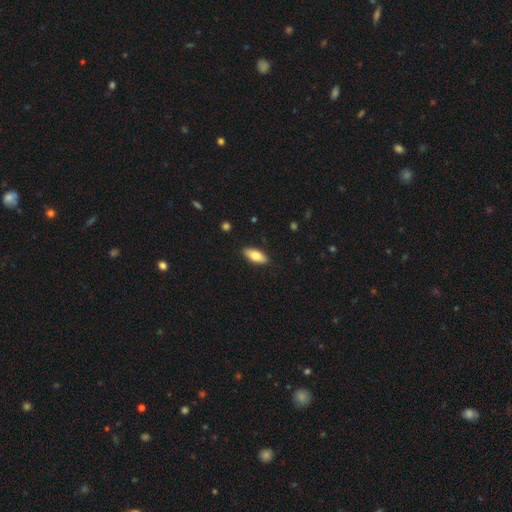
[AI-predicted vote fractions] The model was most divided on "smooth or featured": smooth: 77%, featured or disk: 17%, star or artifact: 6%. More confident: merging — none (89%); how rounded — in between (84%).